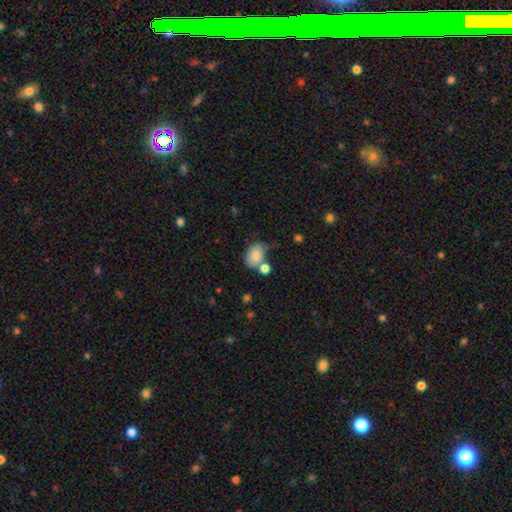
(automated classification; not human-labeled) Smooth or featured: smooth — 83% (featured or disk — 9%)
How rounded: in between — 79% (round — 20%)
Merging: none — 50% (minor disturbance — 21%)